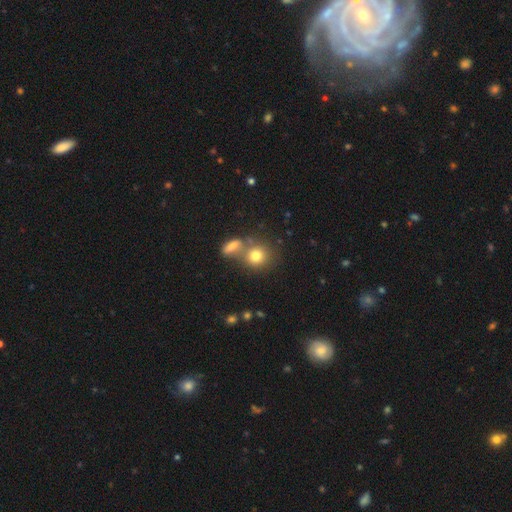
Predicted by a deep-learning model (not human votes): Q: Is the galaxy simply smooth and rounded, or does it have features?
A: smooth — 78%.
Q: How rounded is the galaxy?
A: round — 80%.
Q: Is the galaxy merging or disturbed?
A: none — 52%.